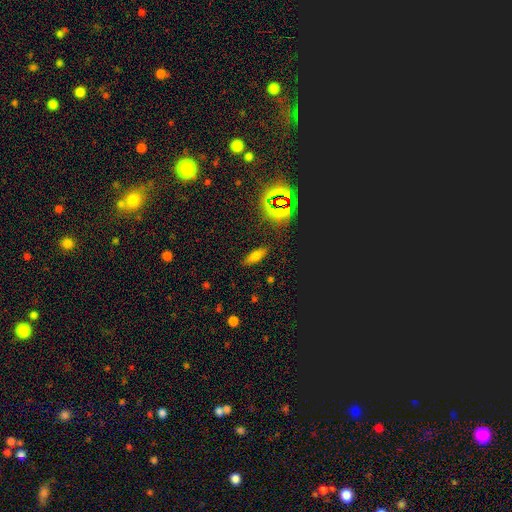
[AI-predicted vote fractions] Overall: smooth (65%). How rounded: in between (63%; cigar-shaped 32%). Merging: none (85%).